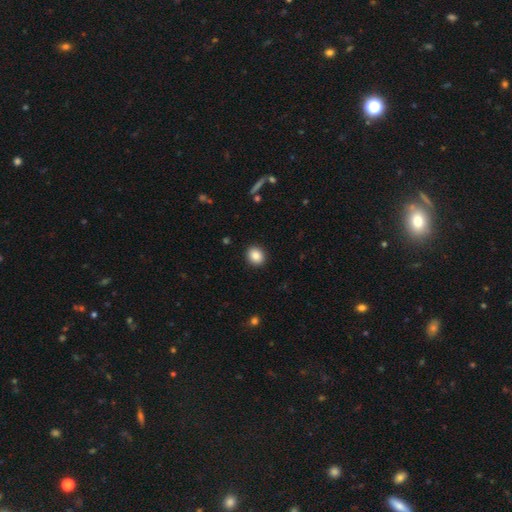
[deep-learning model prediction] A smooth galaxy with no disk features (87%) that is round (61%).

Vote fractions:
- Smooth or featured? smooth: 87% / star or artifact: 9% / featured or disk: 4%
- How rounded? round: 61% / in between: 38% / cigar-shaped: 1%
- Merging? none: 91% / minor disturbance: 6% / major disturbance: 2% / merger: 1%